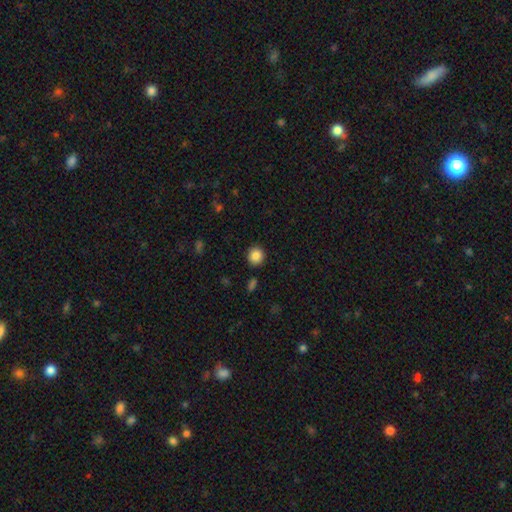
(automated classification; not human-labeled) The model was most divided on "smooth or featured": smooth: 87%, star or artifact: 9%, featured or disk: 4%. More confident: merging — none (90%); how rounded — round (89%).